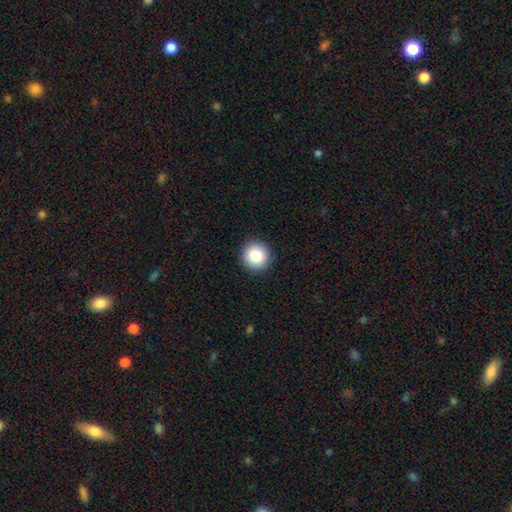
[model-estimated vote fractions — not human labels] A smooth galaxy with no disk features (86%) that is round (94%).

Vote fractions:
- Smooth or featured? smooth: 86% / star or artifact: 9% / featured or disk: 5%
- How rounded? round: 94% / in between: 5% / cigar-shaped: 1%
- Merging? none: 92% / minor disturbance: 6% / major disturbance: 2% / merger: 1%